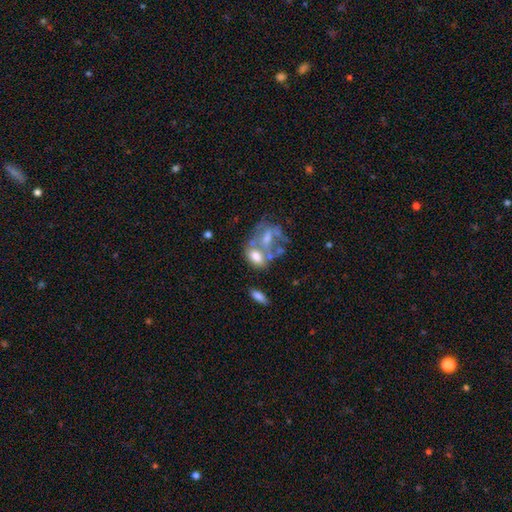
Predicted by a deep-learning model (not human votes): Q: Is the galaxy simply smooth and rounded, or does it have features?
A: smooth — 49%.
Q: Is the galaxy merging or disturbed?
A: merger — 50%.